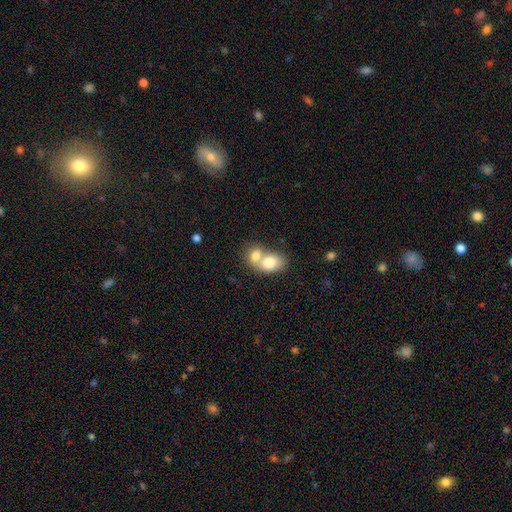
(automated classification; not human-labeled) A smooth galaxy with no disk features (76%) that is in between round and cigar-shaped (70%). Merging: merger (72%).